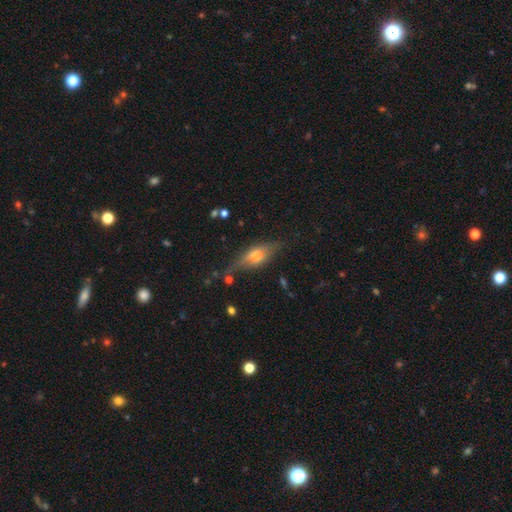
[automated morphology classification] Smooth or featured? Predicted: featured or disk (p=0.55). Edge-on disk? Predicted: yes (p=0.85). Merging? Predicted: none (p=0.72).